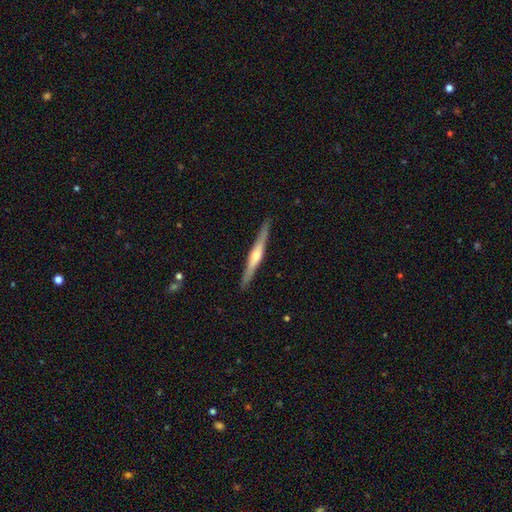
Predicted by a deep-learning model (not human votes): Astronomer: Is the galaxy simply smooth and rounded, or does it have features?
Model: featured or disk — 72%.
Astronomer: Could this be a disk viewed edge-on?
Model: yes — 98%.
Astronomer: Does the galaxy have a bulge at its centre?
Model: rounded — 86%.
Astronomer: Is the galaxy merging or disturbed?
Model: none — 91%.